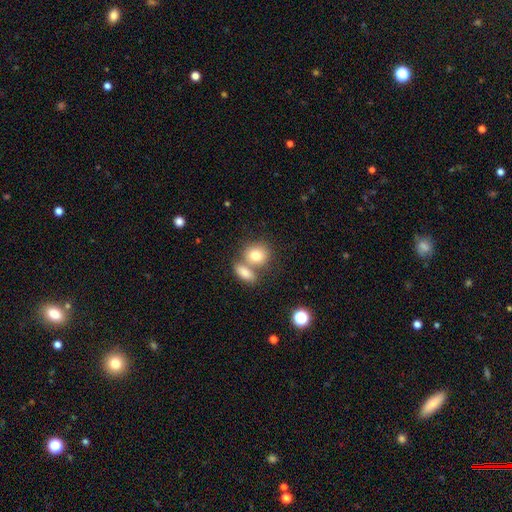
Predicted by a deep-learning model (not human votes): Smooth or featured: smooth — 79% (featured or disk — 12%)
How rounded: round — 58% (in between — 40%)
Merging: merger — 48% (none — 40%)